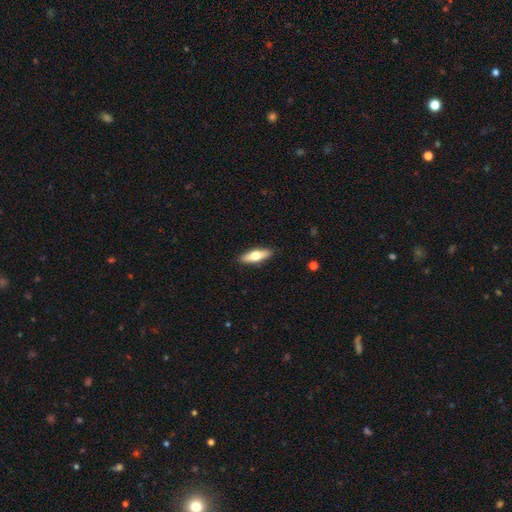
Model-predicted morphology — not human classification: A smooth galaxy with no disk features (58%) that is cigar-shaped (51%).

Vote fractions:
- Smooth or featured? smooth: 58% / featured or disk: 37% / star or artifact: 5%
- How rounded? cigar-shaped: 51% / in between: 47% / round: 2%
- Merging? none: 90% / minor disturbance: 7% / major disturbance: 2% / merger: 1%